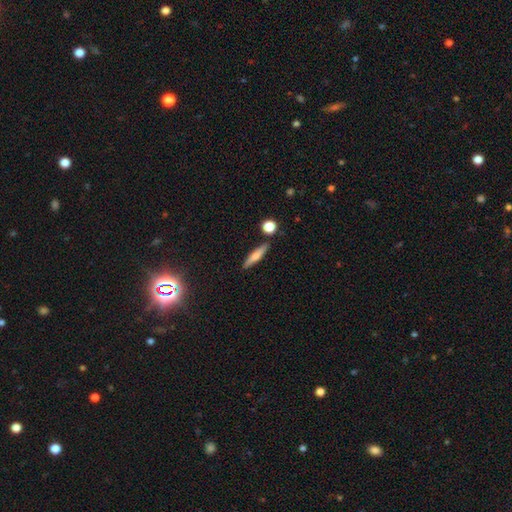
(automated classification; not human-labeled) Smooth or featured: smooth — 59% (featured or disk — 33%)
How rounded: cigar-shaped — 83% (in between — 14%)
Merging: none — 85% (minor disturbance — 8%)